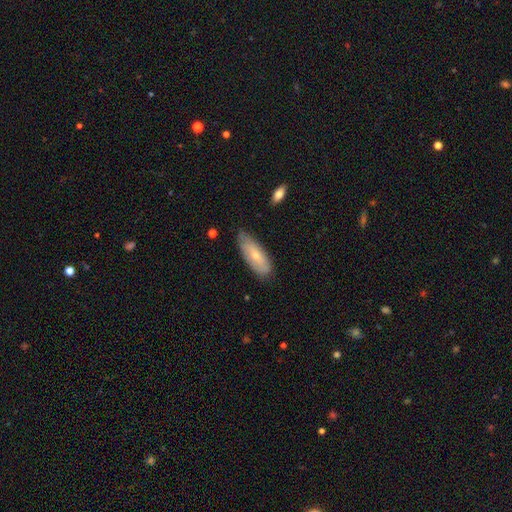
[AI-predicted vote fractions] A smooth galaxy with no disk features (57%) that is in between round and cigar-shaped (70%). Merging: none (71%).